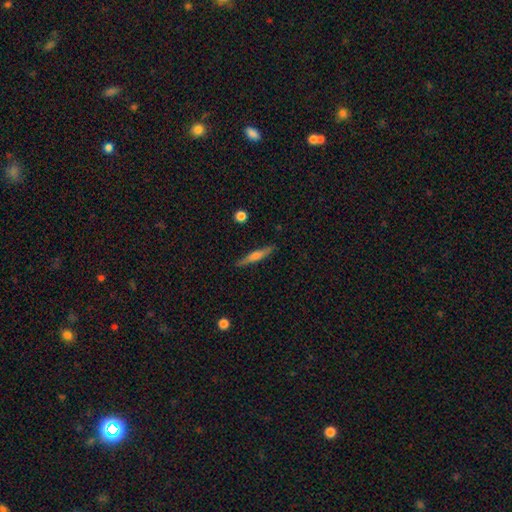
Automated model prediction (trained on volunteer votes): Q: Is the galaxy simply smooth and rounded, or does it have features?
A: featured or disk — 54%.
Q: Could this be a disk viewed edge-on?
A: yes — 96%.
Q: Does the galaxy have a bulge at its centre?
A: rounded — 71%.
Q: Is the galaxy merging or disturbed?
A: none — 89%.